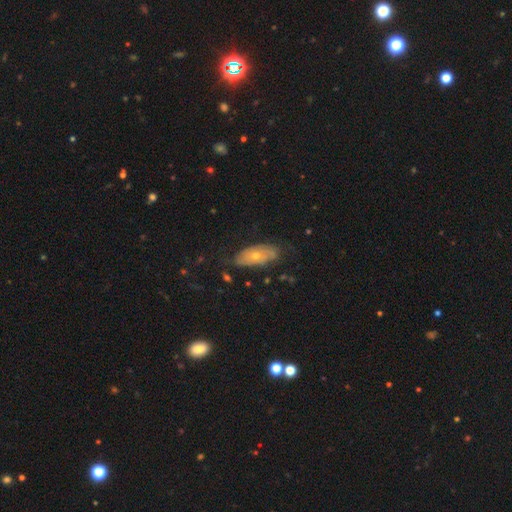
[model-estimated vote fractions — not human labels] Smooth or featured? featured or disk (51%)
Edge-on disk? no (81%)
Merging? none (69%)